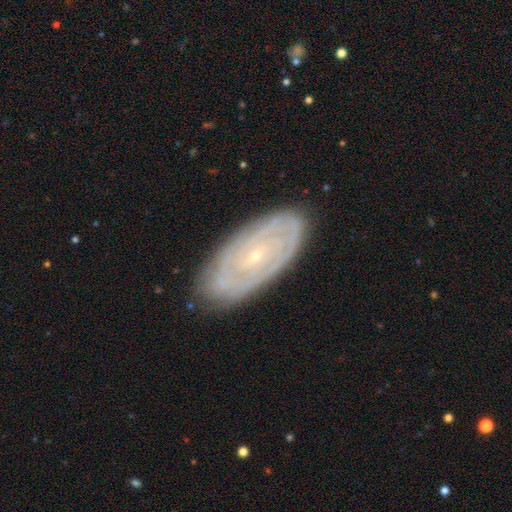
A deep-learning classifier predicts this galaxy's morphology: smooth-or-featured: featured or disk: 75% | smooth: 19% | star or artifact: 7%
  disk-edge-on: no: 92% | yes: 8%
    bar: no: 71% | weak: 22% | strong: 6%
    has-spiral-arms: yes: 78% | no: 22%
      spiral-winding: tight: 74% | medium: 20% | loose: 6%
      spiral-arm-count: can't tell: 54% | 2: 22% | 3: 8% | 4: 6% | more than 4: 5% | 1: 4%
    bulge-size: small: 86% | moderate: 11% | none: 2% | large: 1% | dominant: 1%
  merging: none: 83% | minor disturbance: 13% | major disturbance: 3% | merger: 1%